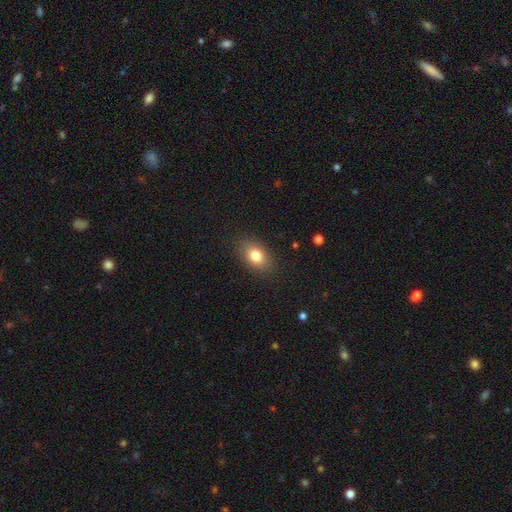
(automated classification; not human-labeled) Smooth or featured? Predicted: smooth (p=0.80). How rounded? Predicted: in between (p=0.81). Merging? Predicted: none (p=0.86).